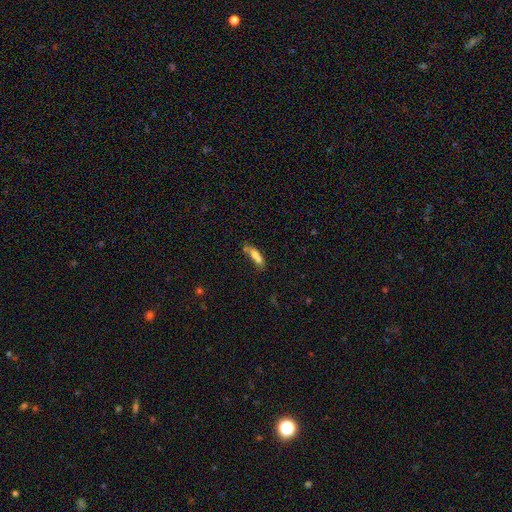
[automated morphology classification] Smooth or featured? smooth (69%)
How rounded? cigar-shaped (54%)
Merging? none (40%)